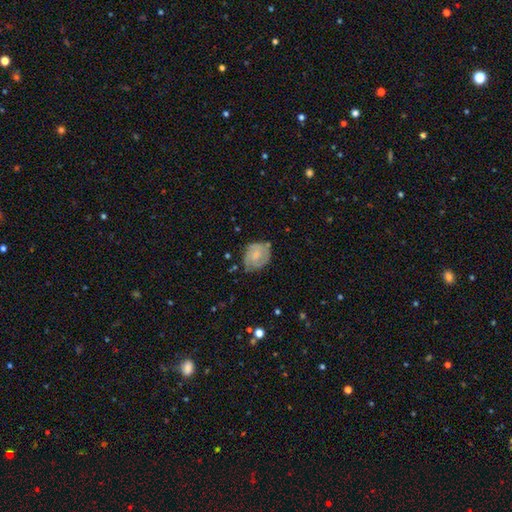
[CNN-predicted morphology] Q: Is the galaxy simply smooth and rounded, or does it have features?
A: featured or disk — 52%.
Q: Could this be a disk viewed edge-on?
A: no — 97%.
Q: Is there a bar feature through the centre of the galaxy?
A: no — 62%.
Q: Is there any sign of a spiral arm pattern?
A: yes — 75%.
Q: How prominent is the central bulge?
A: moderate — 33%, tied with small.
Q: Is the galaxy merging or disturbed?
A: none — 62%.